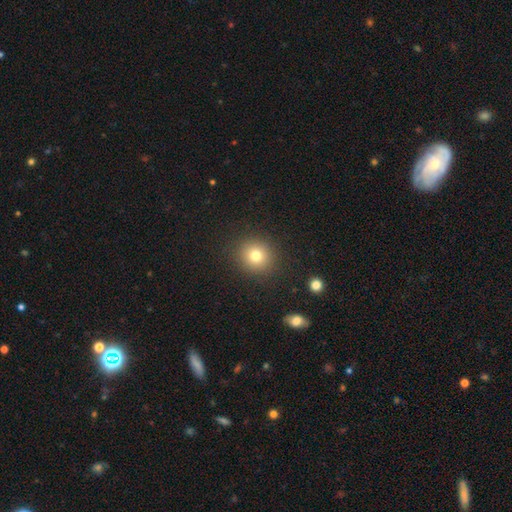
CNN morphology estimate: Smooth or featured: smooth — 78% (star or artifact — 13%)
How rounded: round — 88% (in between — 11%)
Merging: none — 90% (minor disturbance — 6%)